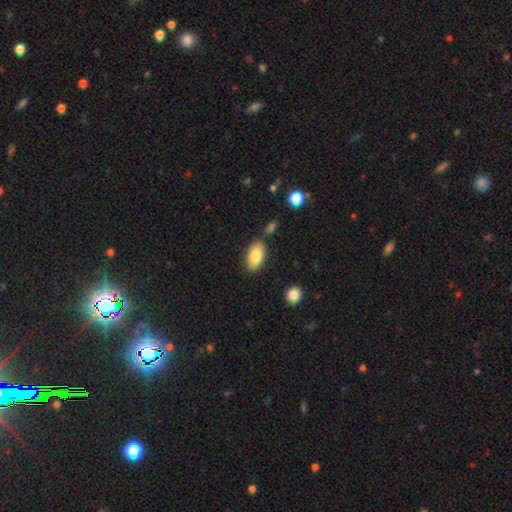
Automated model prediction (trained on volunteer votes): Q: Smooth or featured?
A: smooth (81%); runner-up: featured or disk (12%)
Q: How rounded?
A: in between (94%); runner-up: round (4%)
Q: Merging?
A: none (80%); runner-up: minor disturbance (13%)